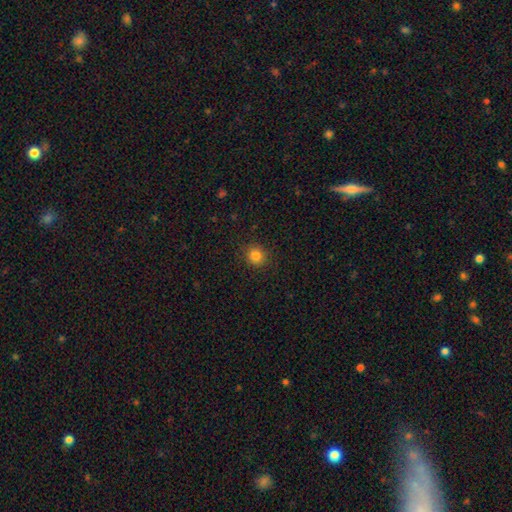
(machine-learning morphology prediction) This appears to be a smooth galaxy with no disk features (83%) that is round (90%). Merging: none (90%).